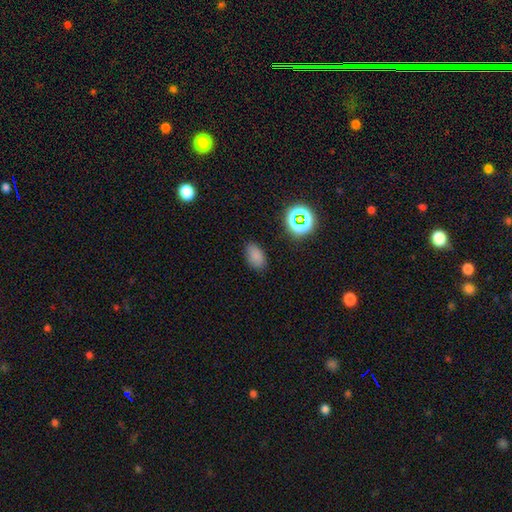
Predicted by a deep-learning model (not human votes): Smooth or featured?
  - smooth: 79% *
  - star or artifact: 16%
  - featured or disk: 5%
How rounded?
  - in between: 90% *
  - round: 9%
  - cigar-shaped: 2%
Merging?
  - none: 84% *
  - minor disturbance: 11%
  - major disturbance: 3%
  - merger: 2%